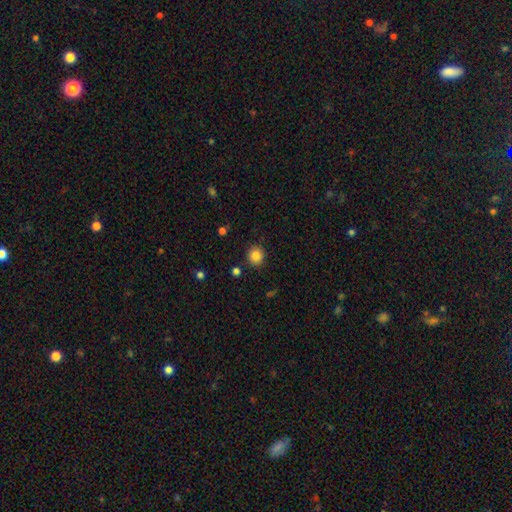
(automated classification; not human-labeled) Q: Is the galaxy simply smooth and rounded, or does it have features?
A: smooth — 85%.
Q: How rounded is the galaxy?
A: round — 90%.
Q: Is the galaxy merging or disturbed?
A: none — 89%.